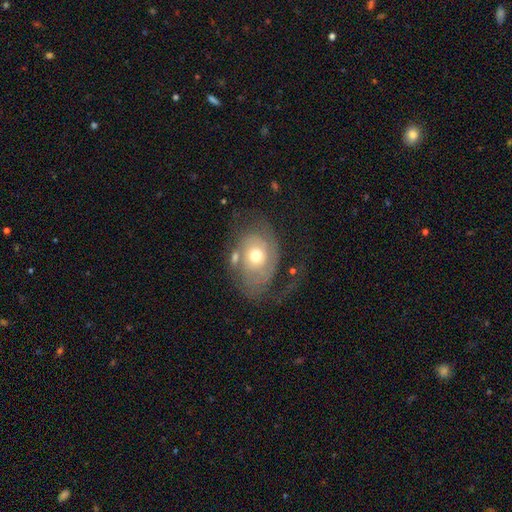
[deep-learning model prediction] smooth_or_featured: featured or disk (p=0.67) [alt: smooth p=0.26]
disk_edge_on: no (p=0.96) [alt: yes p=0.04]
bar: no (p=0.82) [alt: weak p=0.15]
has_spiral_arms: yes (p=0.74) [alt: no p=0.26]
bulge_size: moderate (p=0.69) [alt: small p=0.21]
merging: none (p=0.40) [alt: major disturbance p=0.31]